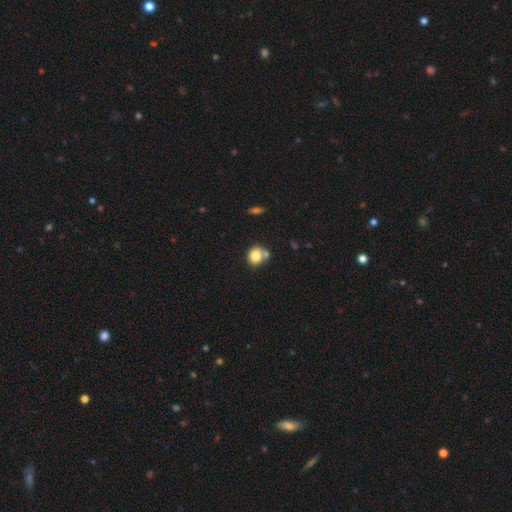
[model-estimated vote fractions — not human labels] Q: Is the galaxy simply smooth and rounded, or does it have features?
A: smooth — 80%.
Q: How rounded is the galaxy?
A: round — 74%.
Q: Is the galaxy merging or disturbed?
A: none — 54%.